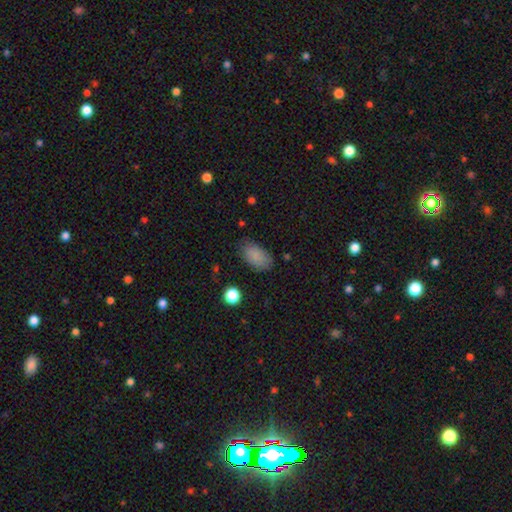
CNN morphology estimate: Smooth or featured?
  - smooth: 86% *
  - star or artifact: 9%
  - featured or disk: 5%
How rounded?
  - in between: 92% *
  - round: 6%
  - cigar-shaped: 2%
Merging?
  - none: 78% *
  - minor disturbance: 16%
  - major disturbance: 4%
  - merger: 2%